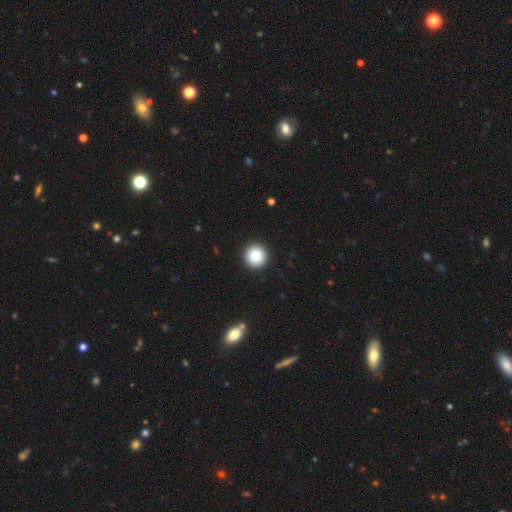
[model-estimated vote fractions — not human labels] Smooth or featured: smooth — 82% (star or artifact — 10%)
How rounded: round — 97% (in between — 2%)
Merging: none — 94% (minor disturbance — 4%)